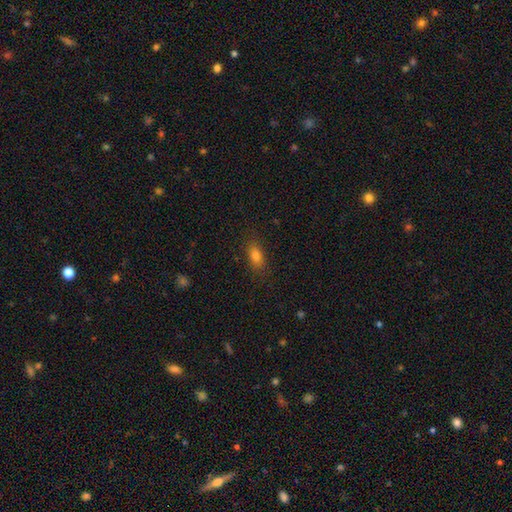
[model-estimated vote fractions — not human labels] Smooth or featured?
  - smooth: 81% *
  - star or artifact: 12%
  - featured or disk: 8%
How rounded?
  - in between: 81% *
  - round: 10%
  - cigar-shaped: 9%
Merging?
  - none: 84% *
  - minor disturbance: 11%
  - major disturbance: 3%
  - merger: 1%